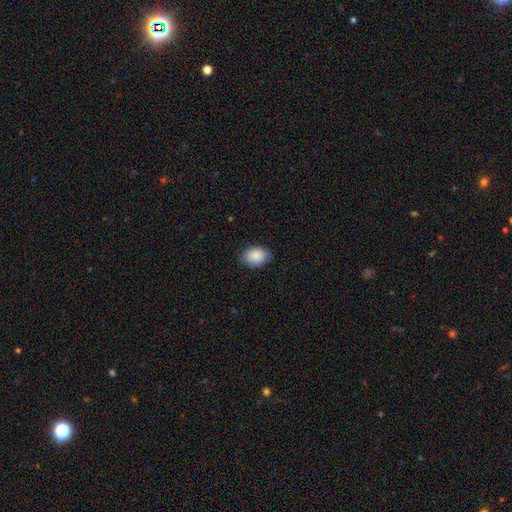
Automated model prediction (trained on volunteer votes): A smooth galaxy with no disk features (87%) that is in between round and cigar-shaped (65%). Merging: none (80%).